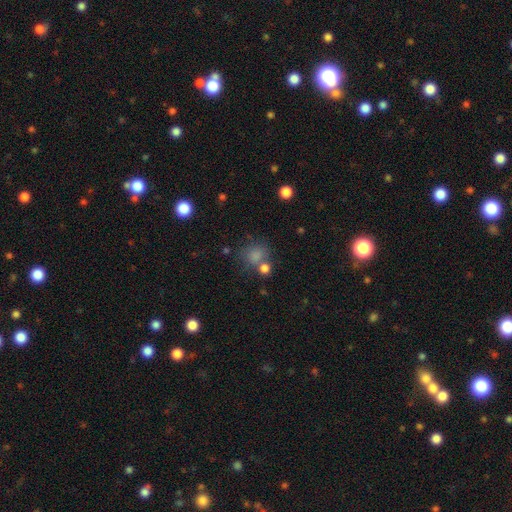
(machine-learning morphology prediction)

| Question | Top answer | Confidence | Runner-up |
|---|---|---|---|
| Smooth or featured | smooth | 77% | star or artifact (15%) |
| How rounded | round | 72% | in between (27%) |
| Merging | none | 56% | merger (21%) |